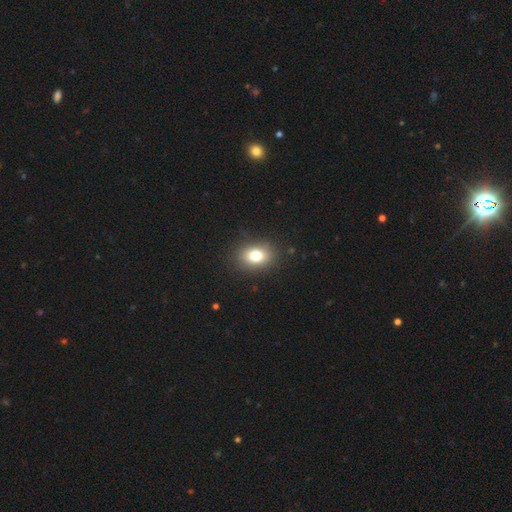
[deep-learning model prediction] Overall: smooth (78%). How rounded: in between (62%; round 37%). Merging: none (87%).